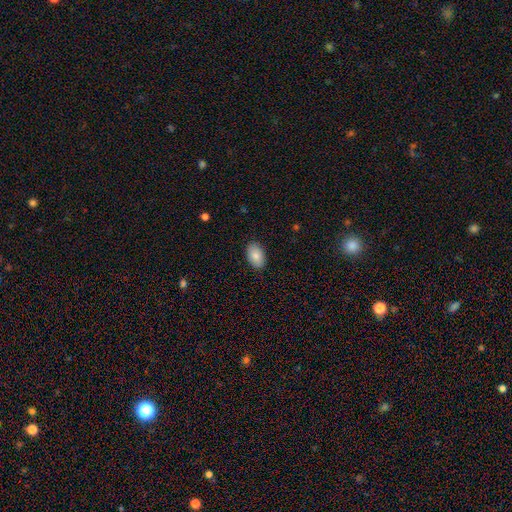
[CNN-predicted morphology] smooth 86%, featured or disk 7%, star or artifact 7%. Down the decision tree: how rounded — in between (93%); merging — none (88%).